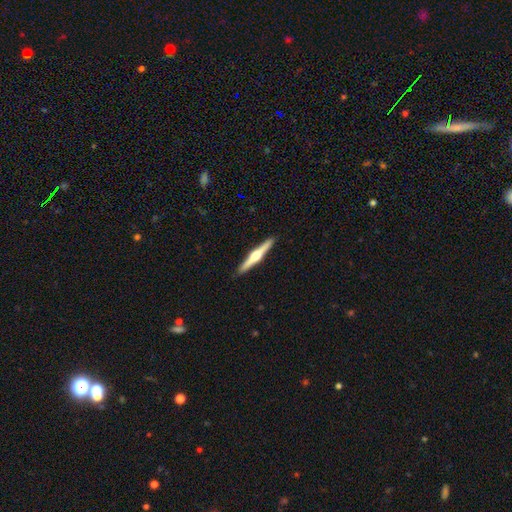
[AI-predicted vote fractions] Smooth or featured? featured or disk (75%)
Edge-on disk? yes (98%)
Edge-on bulge? rounded (94%)
Merging? none (92%)